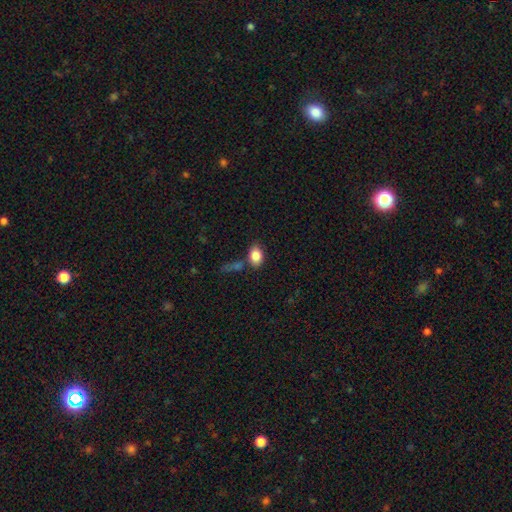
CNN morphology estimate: This is clearly a smooth galaxy (85%). How rounded: likely in between (77%). Merging: likely none (63%).